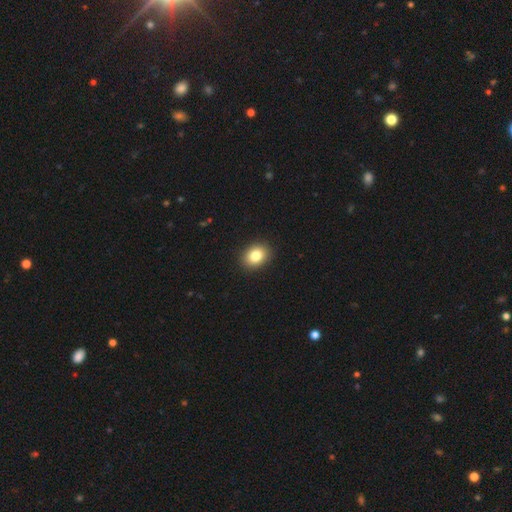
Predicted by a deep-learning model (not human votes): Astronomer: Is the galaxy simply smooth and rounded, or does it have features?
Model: smooth — 83%.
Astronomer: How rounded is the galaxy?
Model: in between — 60% (runner-up: round, 39%).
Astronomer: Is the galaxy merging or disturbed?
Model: none — 91%.